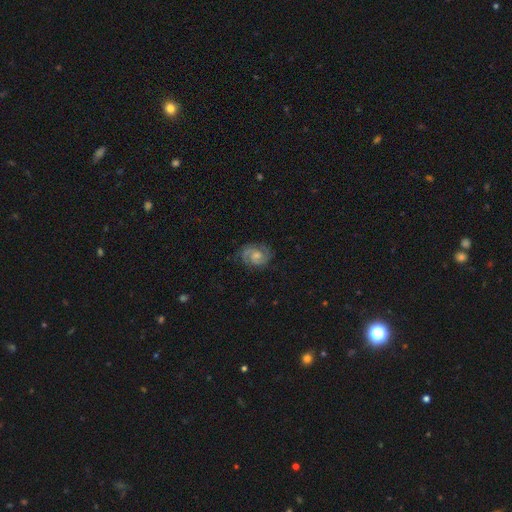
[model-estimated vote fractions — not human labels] Smooth or featured? Predicted: featured or disk (p=0.80). Edge-on disk? Predicted: no (p=0.98). Bar? Predicted: no (p=0.54). Spiral arms? Predicted: yes (p=0.96). Spiral winding? Predicted: tight (p=0.46). Spiral arm count? Predicted: 2 (p=0.81). Bulge size? Predicted: moderate (p=0.42). Merging? Predicted: none (p=0.75).